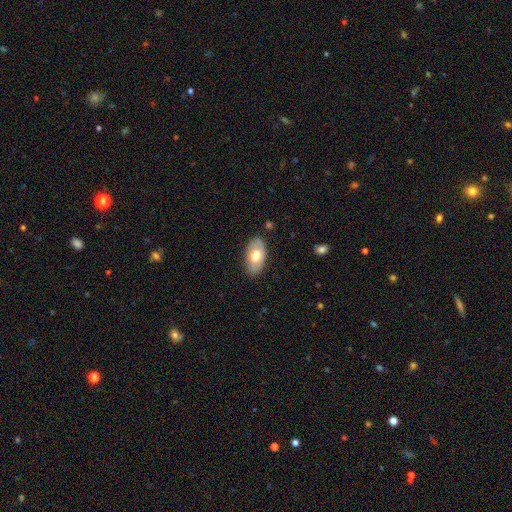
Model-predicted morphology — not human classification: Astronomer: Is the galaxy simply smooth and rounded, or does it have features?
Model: smooth — 57% (runner-up: featured or disk, 37%).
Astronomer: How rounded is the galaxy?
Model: in between — 94%.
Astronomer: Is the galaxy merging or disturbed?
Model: none — 81%.